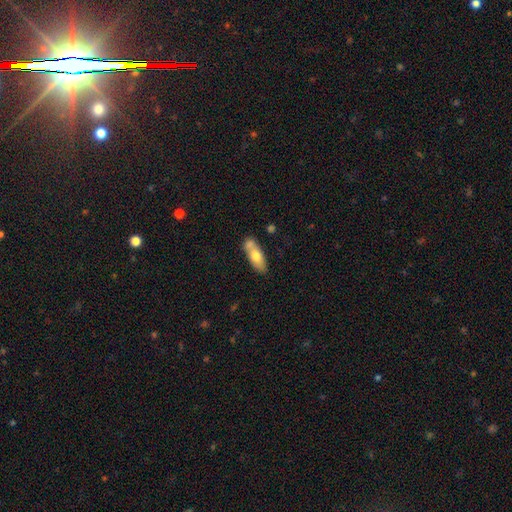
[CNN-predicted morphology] The model was most divided on "merging": none: 54%, merger: 25%, minor disturbance: 17%, major disturbance: 4%. More confident: how rounded — in between (70%); smooth or featured — smooth (66%).